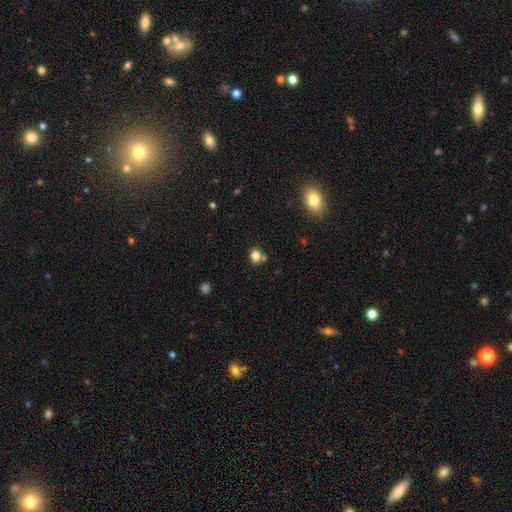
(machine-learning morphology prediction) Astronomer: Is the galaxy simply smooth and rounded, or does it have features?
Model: smooth — 80%.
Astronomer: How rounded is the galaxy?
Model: round — 65%.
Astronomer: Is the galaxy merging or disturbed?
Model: none — 69%.